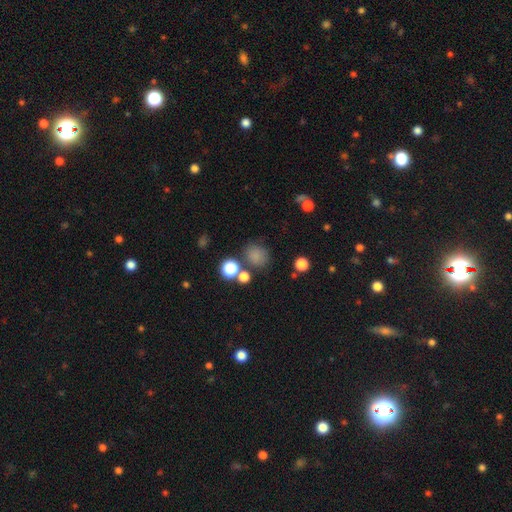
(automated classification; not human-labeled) A smooth galaxy with no disk features (78%) that is round (81%).

Vote fractions:
- Smooth or featured? smooth: 78% / star or artifact: 16% / featured or disk: 6%
- How rounded? round: 81% / in between: 18% / cigar-shaped: 1%
- Merging? none: 72% / minor disturbance: 13% / merger: 10% / major disturbance: 5%